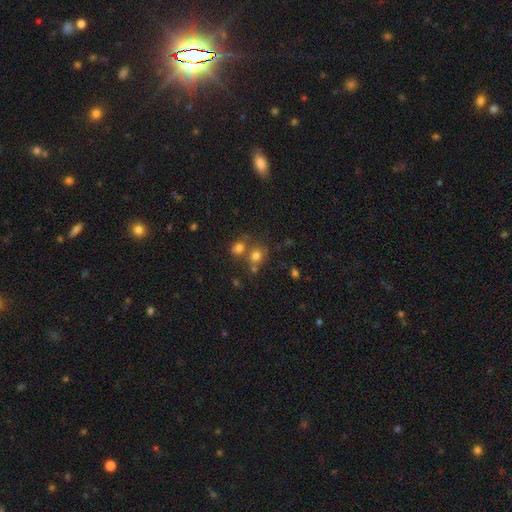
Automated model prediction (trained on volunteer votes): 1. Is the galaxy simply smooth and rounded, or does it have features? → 73% smooth, 16% star or artifact, 11% featured or disk.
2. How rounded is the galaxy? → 66% round, 33% in between, 1% cigar-shaped.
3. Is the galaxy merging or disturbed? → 48% none, 36% merger, 11% minor disturbance, 5% major disturbance.